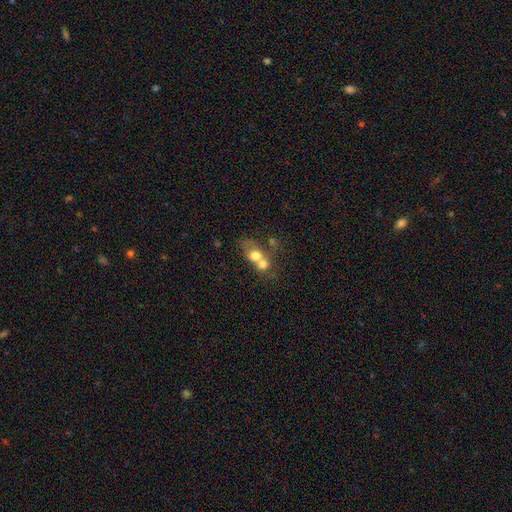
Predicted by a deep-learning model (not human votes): smooth-or-featured: smooth: 66% | featured or disk: 23% | star or artifact: 11%
  how-rounded: round: 57% | in between: 41% | cigar-shaped: 2%
  merging: merger: 69% | none: 20% | minor disturbance: 6% | major disturbance: 5%